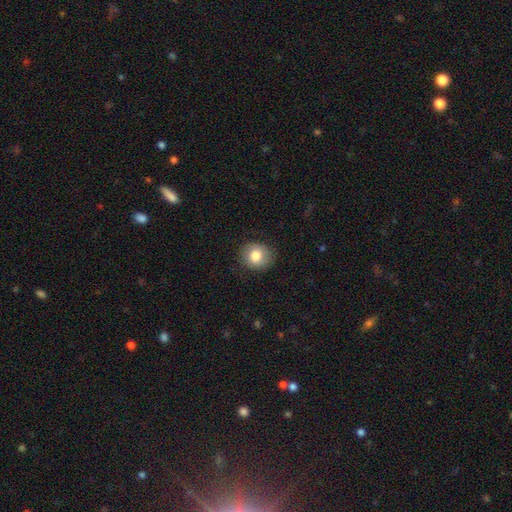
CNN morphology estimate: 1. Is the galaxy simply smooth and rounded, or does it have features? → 81% smooth, 11% featured or disk, 8% star or artifact.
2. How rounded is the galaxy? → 76% round, 24% in between, 1% cigar-shaped.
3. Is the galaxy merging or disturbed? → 85% none, 11% minor disturbance, 3% major disturbance, 1% merger.